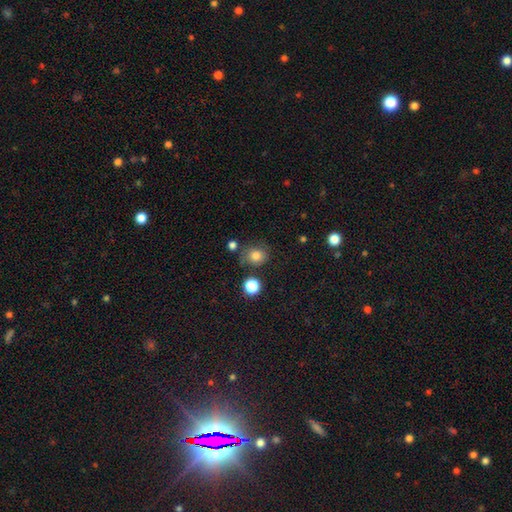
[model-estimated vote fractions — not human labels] This appears to be a smooth galaxy with no disk features (79%) that is round (75%). Merging: none (70%).